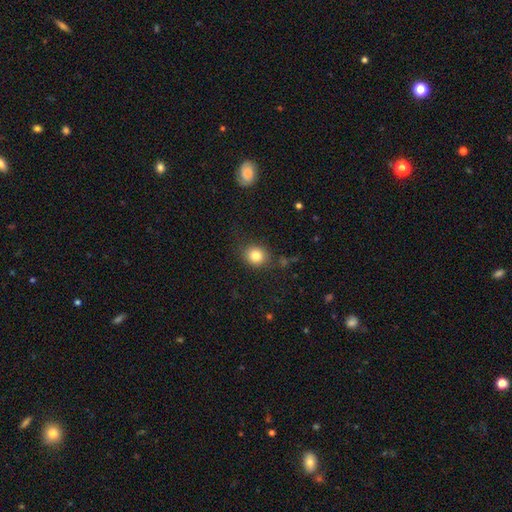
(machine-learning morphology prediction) This appears to be a smooth galaxy with no disk features (82%) that is round (76%). Merging: none (82%).